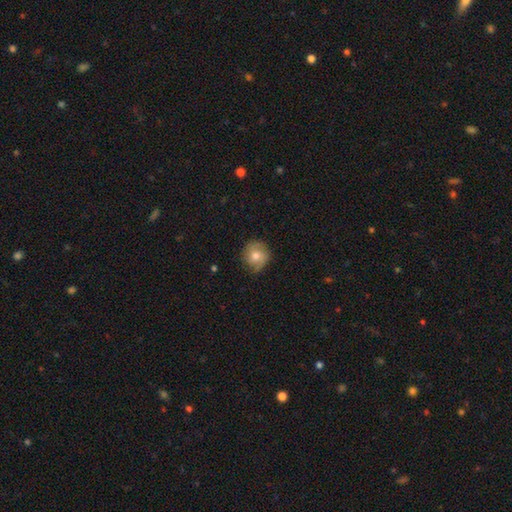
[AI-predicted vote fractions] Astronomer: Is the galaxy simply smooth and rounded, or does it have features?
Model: smooth — 66%.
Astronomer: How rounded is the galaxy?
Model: round — 87%.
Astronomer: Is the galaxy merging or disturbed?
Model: none — 71%.